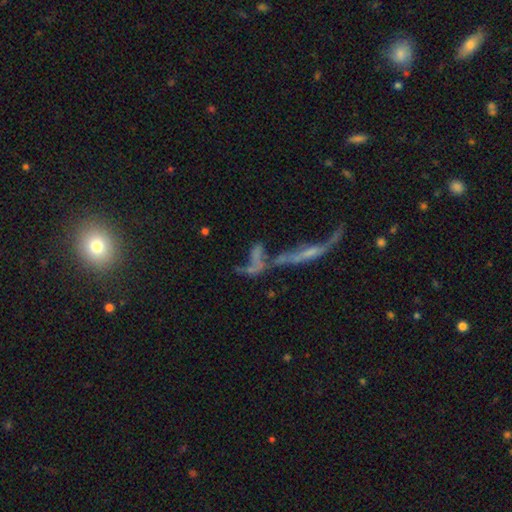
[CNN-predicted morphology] type=featured or disk (49%); merging=merger (52%).